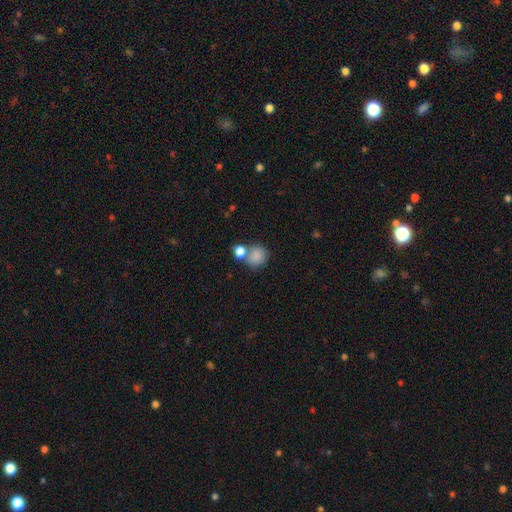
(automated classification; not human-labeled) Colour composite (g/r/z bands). It shows a smooth galaxy with no disk features (83%) that is round (81%). Merging: none (52%).